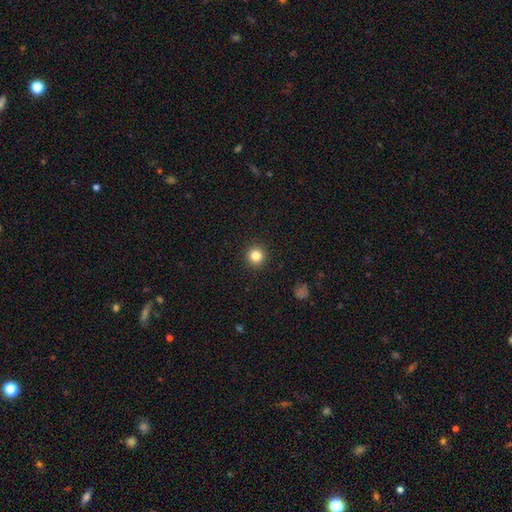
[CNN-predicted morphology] smooth 83%, star or artifact 12%, featured or disk 5%. Down the decision tree: how rounded — round (96%); merging — none (93%).